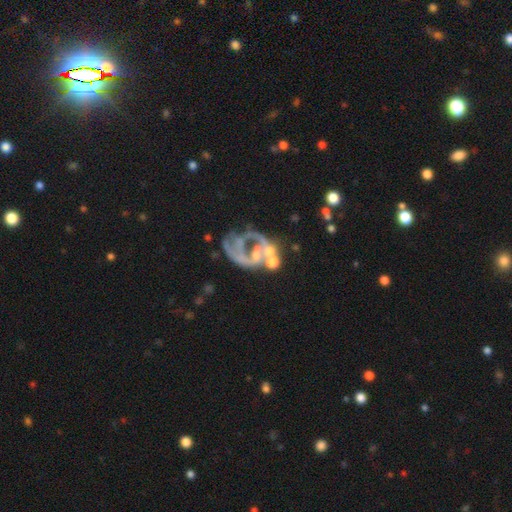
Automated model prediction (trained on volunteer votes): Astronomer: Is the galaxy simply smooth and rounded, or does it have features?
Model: featured or disk — 67%.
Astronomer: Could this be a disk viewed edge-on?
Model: no — 98%.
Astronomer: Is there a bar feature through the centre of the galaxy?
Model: no — 80%.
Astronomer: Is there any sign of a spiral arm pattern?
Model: no — 68%.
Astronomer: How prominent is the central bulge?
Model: none — 61%.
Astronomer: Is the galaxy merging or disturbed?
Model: major disturbance — 41% (runner-up: merger, 24%).